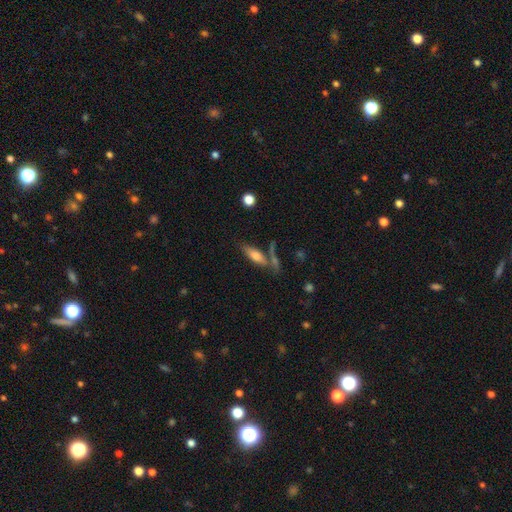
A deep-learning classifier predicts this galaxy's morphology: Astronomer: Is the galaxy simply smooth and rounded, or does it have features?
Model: smooth — 59%.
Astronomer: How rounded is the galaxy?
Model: cigar-shaped — 55% (runner-up: in between, 43%).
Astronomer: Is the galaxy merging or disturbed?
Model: none — 61%.